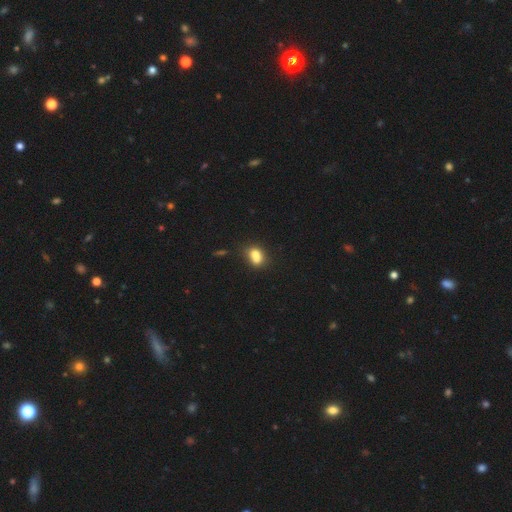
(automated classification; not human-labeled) smooth_or_featured: smooth (p=0.78) [alt: featured or disk p=0.11]
how_rounded: in between (p=0.67) [alt: round p=0.30]
merging: none (p=0.48) [alt: merger p=0.27]